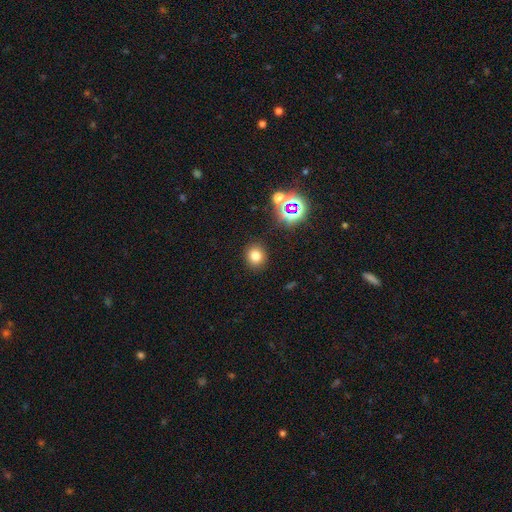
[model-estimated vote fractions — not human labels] A smooth galaxy with no disk features (77%) that is round (81%).

Vote fractions:
- Smooth or featured? smooth: 77% / star or artifact: 17% / featured or disk: 7%
- How rounded? round: 81% / in between: 18% / cigar-shaped: 1%
- Merging? none: 88% / minor disturbance: 7% / major disturbance: 3% / merger: 2%